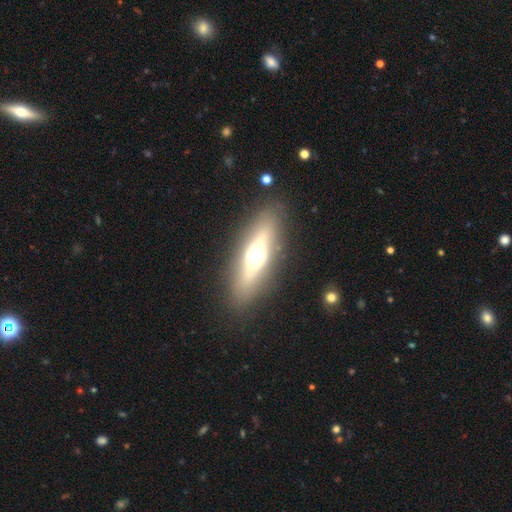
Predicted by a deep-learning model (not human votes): A featured or disk galaxy (55%) viewed edge-on (81%).

Vote fractions:
- Smooth or featured? featured or disk: 55% / smooth: 37% / star or artifact: 8%
- Edge-on disk? yes: 81% / no: 19%
- Merging? none: 86% / minor disturbance: 9% / major disturbance: 3% / merger: 2%